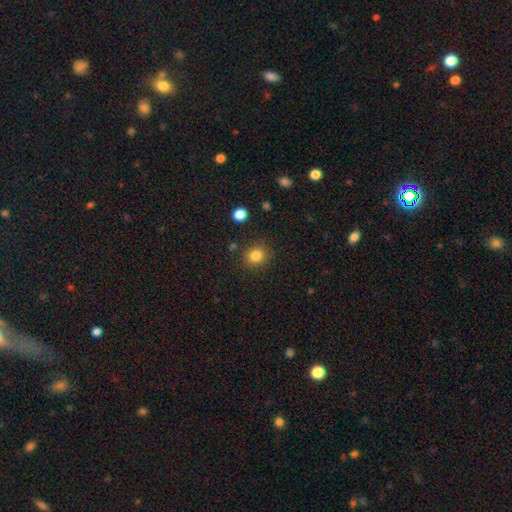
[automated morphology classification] Smooth or featured?
  - smooth: 83% *
  - star or artifact: 11%
  - featured or disk: 5%
How rounded?
  - round: 82% *
  - in between: 17%
  - cigar-shaped: 1%
Merging?
  - none: 86% *
  - minor disturbance: 8%
  - major disturbance: 3%
  - merger: 2%